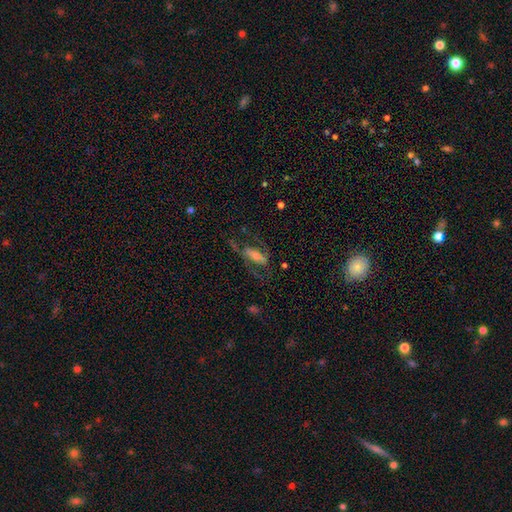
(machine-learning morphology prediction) smooth-or-featured: featured or disk: 71% | smooth: 20% | star or artifact: 9%
  disk-edge-on: no: 88% | yes: 12%
    bar: strong: 44% | weak: 30% | no: 27%
    has-spiral-arms: yes: 82% | no: 18%
      spiral-winding: medium: 47% | loose: 36% | tight: 16%
      spiral-arm-count: 2: 83% | can't tell: 8% | 1: 4% | 3: 2% | 4: 1% | more than 4: 1%
    bulge-size: small: 47% | moderate: 40% | large: 8% | none: 3% | dominant: 2%
  merging: none: 59% | major disturbance: 23% | minor disturbance: 16% | merger: 2%